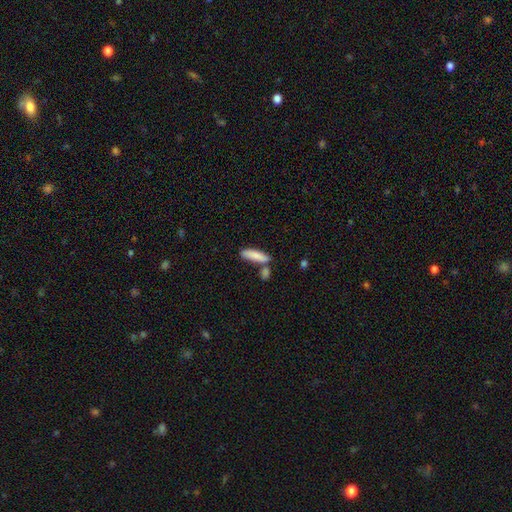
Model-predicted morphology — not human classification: smooth-or-featured: smooth: 83% | featured or disk: 11% | star or artifact: 6%
  how-rounded: cigar-shaped: 62% | in between: 36% | round: 2%
  merging: none: 60% | merger: 22% | minor disturbance: 15% | major disturbance: 4%